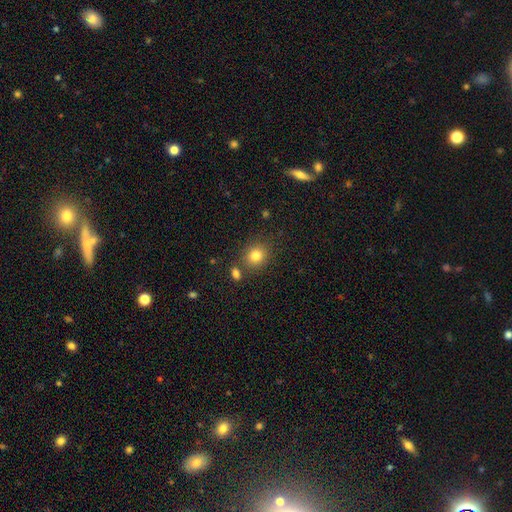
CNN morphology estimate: smooth 80%, star or artifact 12%, featured or disk 7%. Down the decision tree: how rounded — round (75%); merging — none (78%).